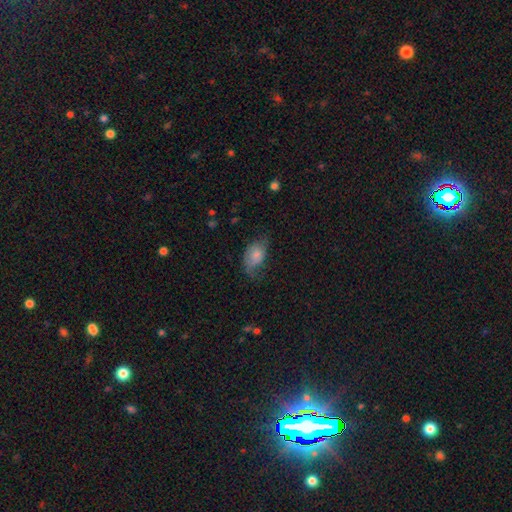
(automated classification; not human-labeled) This appears to be a smooth galaxy with no disk features (66%) that is in between round and cigar-shaped (87%). Merging: none (39%).